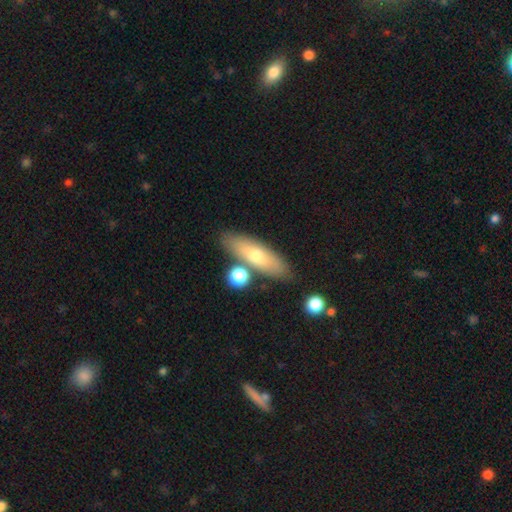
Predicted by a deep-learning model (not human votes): The model was most divided on "how rounded": cigar-shaped: 53%, in between: 44%, round: 3%. More confident: merging — none (78%); smooth or featured — smooth (61%).